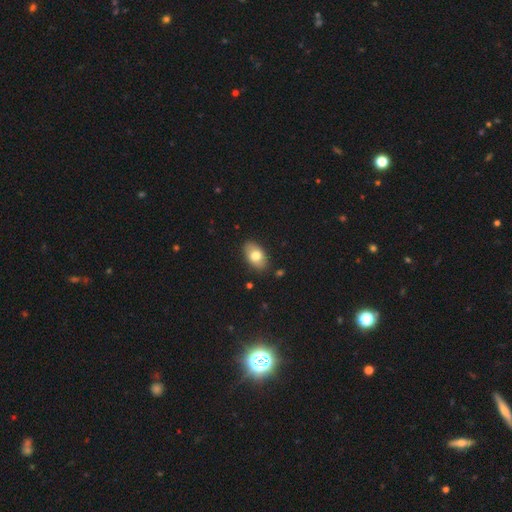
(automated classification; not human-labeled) Morphology: type=smooth (76%); roundness=in between (91%); merging=none (86%).